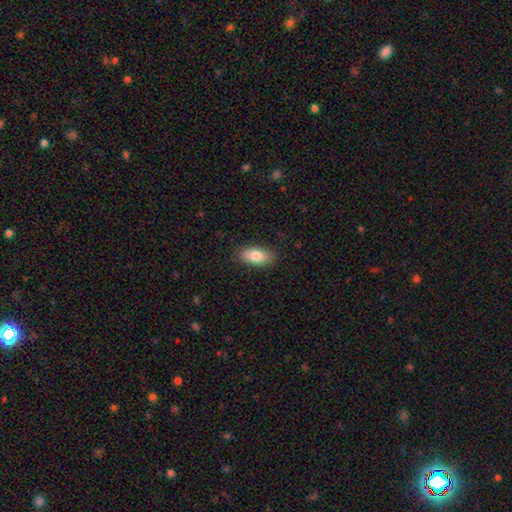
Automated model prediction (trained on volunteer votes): Overall: smooth (81%). How rounded: in between (88%). Merging: none (86%).